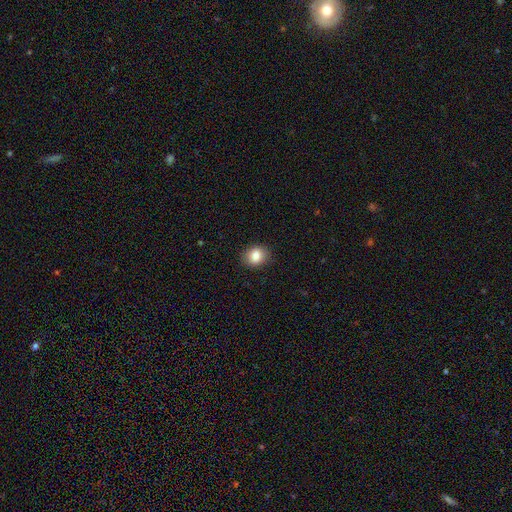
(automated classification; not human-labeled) Smooth or featured? smooth (84%)
How rounded? round (56%)
Merging? none (87%)